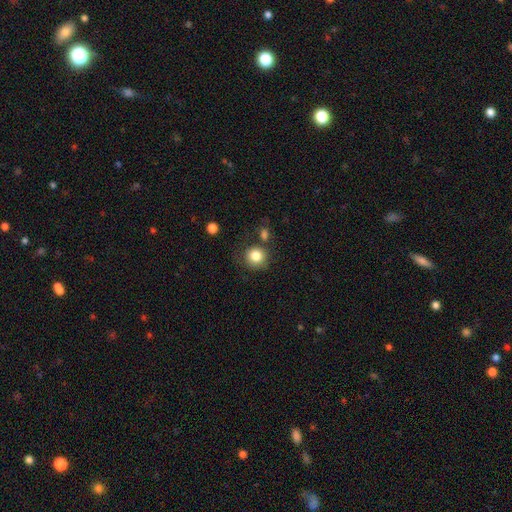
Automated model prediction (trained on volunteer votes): Smooth or featured? Predicted: smooth (p=0.83). How rounded? Predicted: round (p=0.90). Merging? Predicted: none (p=0.74).